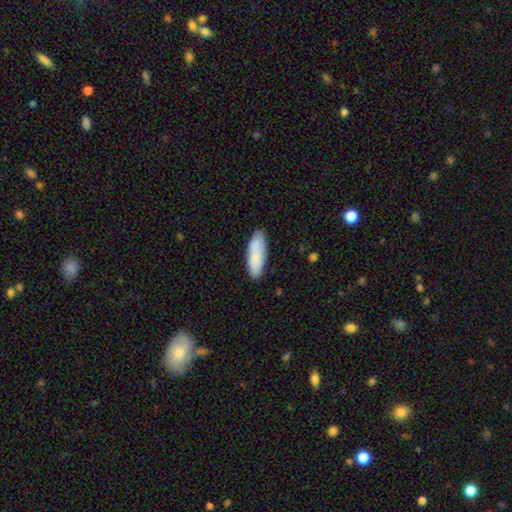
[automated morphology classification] Smooth or featured? Predicted: smooth (p=0.81). How rounded? Predicted: in between (p=0.62). Merging? Predicted: none (p=0.79).